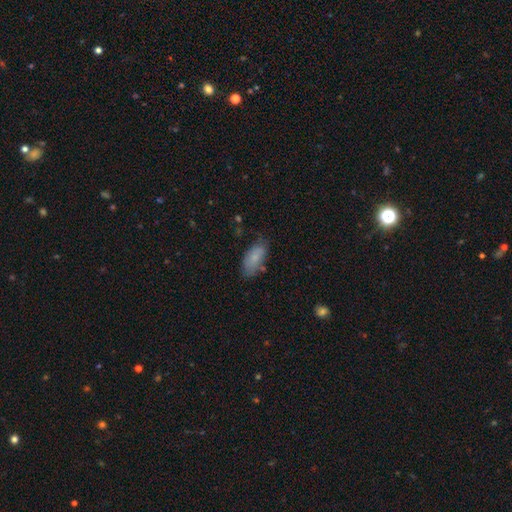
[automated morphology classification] This is clearly a smooth galaxy (80%). How rounded: clearly in between (88%). Merging: likely none (68%).